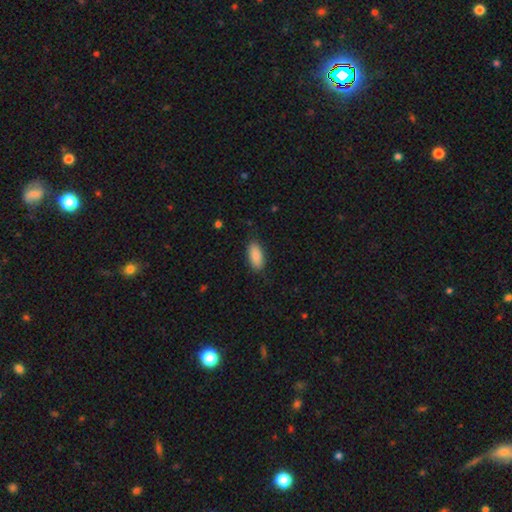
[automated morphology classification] smooth 88%, star or artifact 6%, featured or disk 5%. Down the decision tree: how rounded — in between (88%); merging — none (85%).